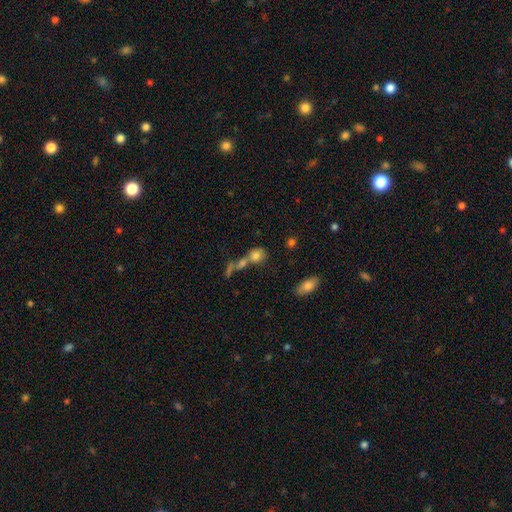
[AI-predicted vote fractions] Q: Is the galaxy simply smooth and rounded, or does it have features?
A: smooth — 74%.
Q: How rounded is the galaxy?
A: round — 54%.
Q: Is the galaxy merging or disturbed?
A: merger — 51%.